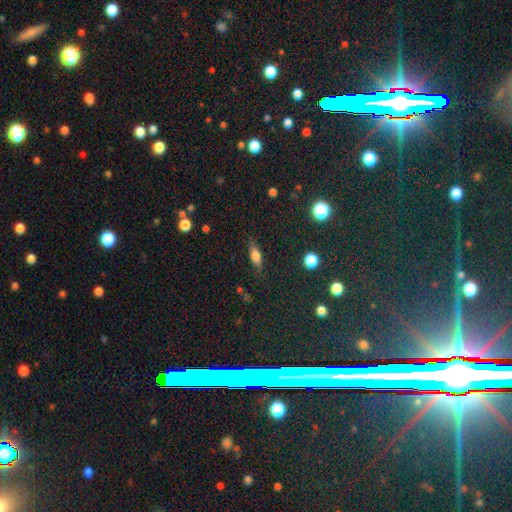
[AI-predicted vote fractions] Smooth or featured? Predicted: smooth (p=0.65). How rounded? Predicted: in between (p=0.62). Merging? Predicted: none (p=0.80).